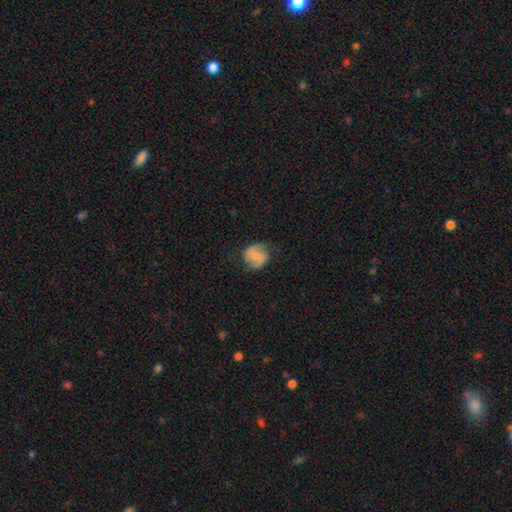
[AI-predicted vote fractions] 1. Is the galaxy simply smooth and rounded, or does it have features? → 49% featured or disk, 44% smooth, 7% star or artifact.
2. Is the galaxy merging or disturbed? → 70% none, 21% minor disturbance, 7% major disturbance, 1% merger.